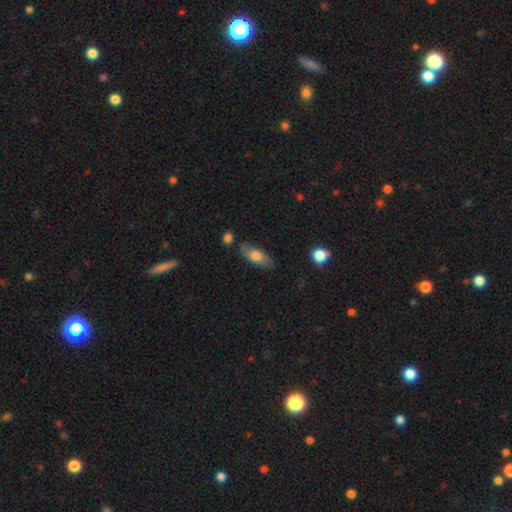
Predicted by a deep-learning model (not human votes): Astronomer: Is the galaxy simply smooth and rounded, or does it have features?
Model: smooth — 65%.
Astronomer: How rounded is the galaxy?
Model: in between — 74%.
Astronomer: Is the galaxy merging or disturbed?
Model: none — 74%.